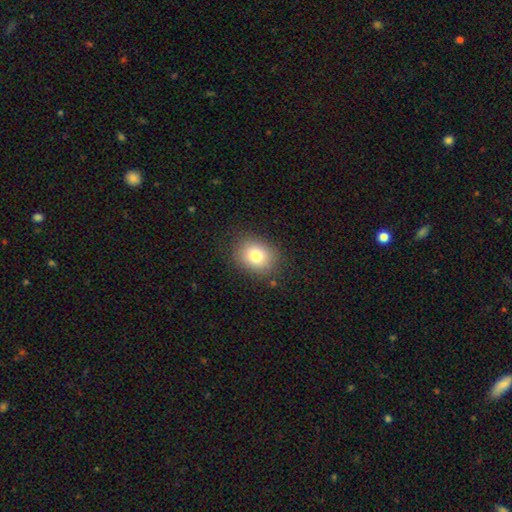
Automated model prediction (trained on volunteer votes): Smooth or featured?
  - smooth: 78% *
  - star or artifact: 11%
  - featured or disk: 11%
How rounded?
  - round: 53% *
  - in between: 46%
  - cigar-shaped: 1%
Merging?
  - none: 85% *
  - minor disturbance: 10%
  - major disturbance: 4%
  - merger: 1%